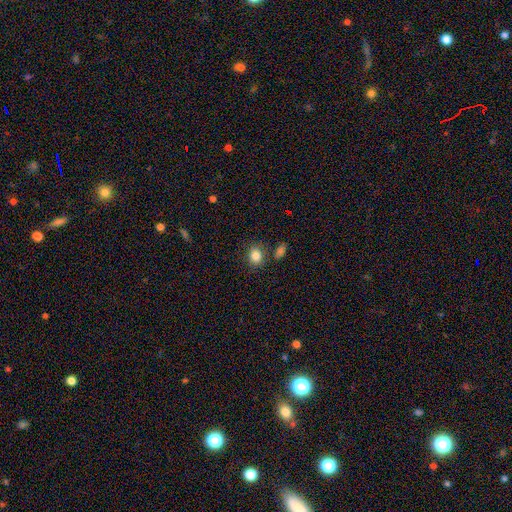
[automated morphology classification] This appears to be a smooth galaxy with no disk features (85%) that is round (61%). Merging: none (78%).